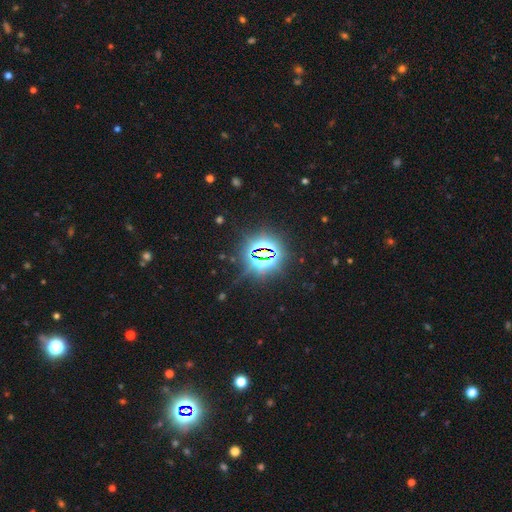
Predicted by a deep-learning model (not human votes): This is clearly a star or artifact rather than a galaxy (82%).